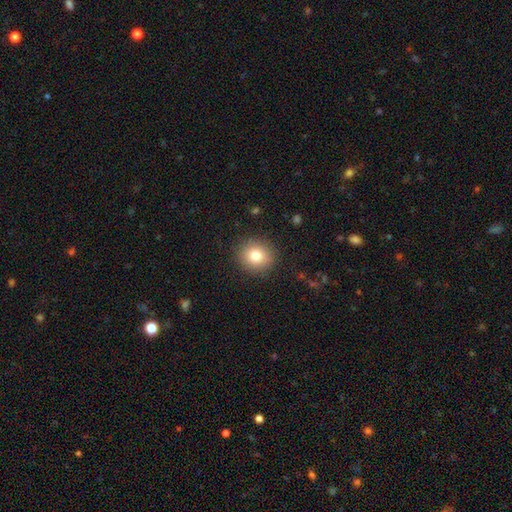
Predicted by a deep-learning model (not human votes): A smooth galaxy with no disk features (79%) that is round (85%). Merging: none (89%).